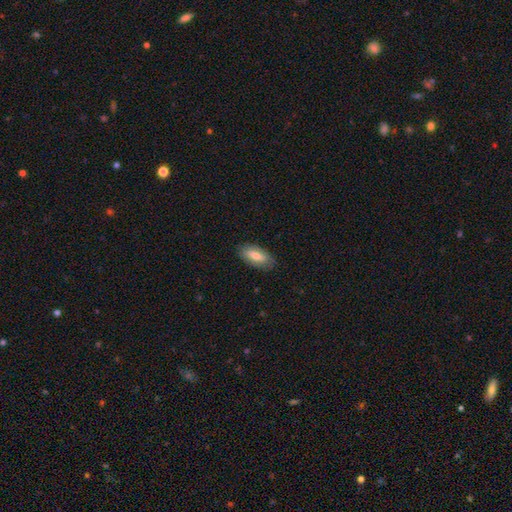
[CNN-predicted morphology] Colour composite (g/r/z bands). It shows a smooth galaxy with no disk features (69%) that is in between round and cigar-shaped (86%). Merging: none (83%).